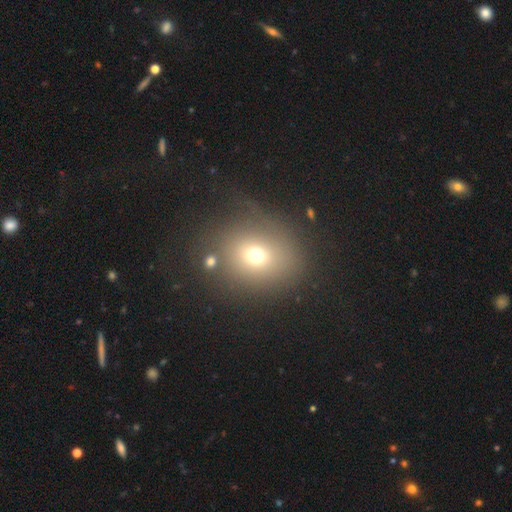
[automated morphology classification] The model was most divided on "smooth or featured": smooth: 67%, star or artifact: 19%, featured or disk: 14%. More confident: how rounded — round (75%); merging — none (67%).